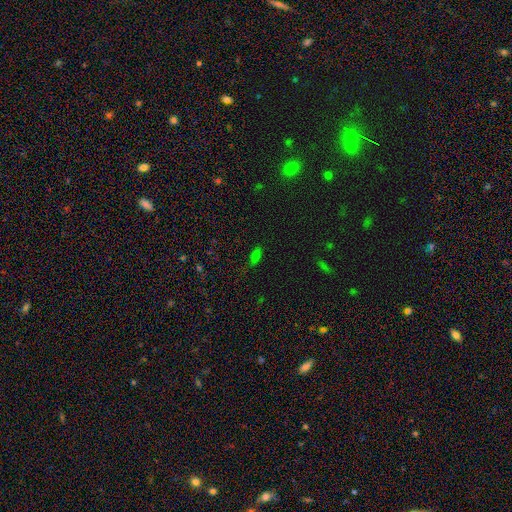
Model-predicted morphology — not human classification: type=smooth (63%); roundness=in between (79%); merging=none (69%).